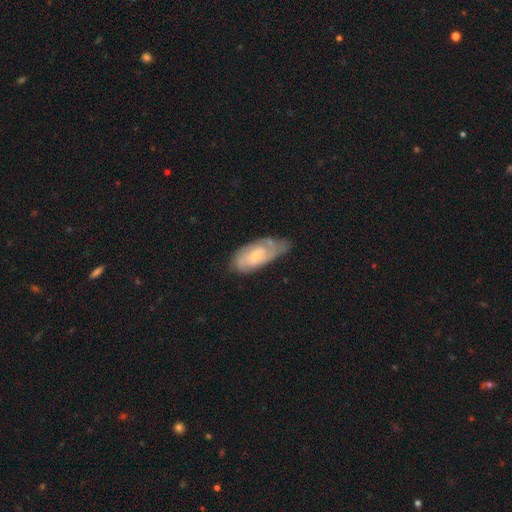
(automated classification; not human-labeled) This appears to be a featured or disk galaxy (63%) with no bar (57%), spiral arms (84%) and a small central bulge (57%). Merging: none (53%).